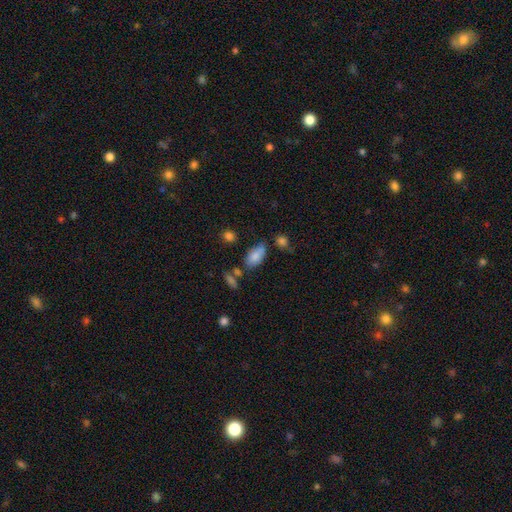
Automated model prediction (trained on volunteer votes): Overall: smooth (79%). How rounded: in between (90%). Merging: none (52%; minor disturbance 26%).